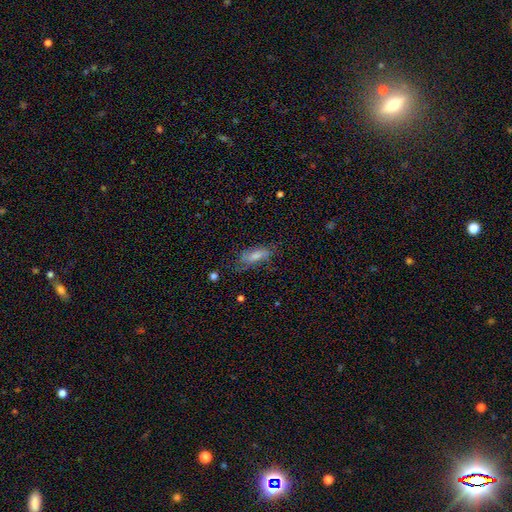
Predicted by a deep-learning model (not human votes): This appears to be a featured or disk galaxy (46%). Merging: none (64%).